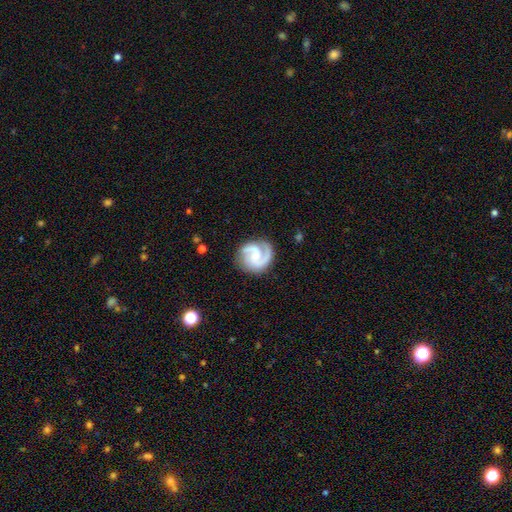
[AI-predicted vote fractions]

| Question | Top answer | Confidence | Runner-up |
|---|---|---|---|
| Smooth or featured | featured or disk | 88% | smooth (7%) |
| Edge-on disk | no | 98% | yes (2%) |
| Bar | no | 51% | weak (40%) |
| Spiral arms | yes | 98% | no (2%) |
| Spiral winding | medium | 51% | tight (36%) |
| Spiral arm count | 2 | 85% | 1 (6%) |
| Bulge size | small | 54% | moderate (26%) |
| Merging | none | 79% | minor disturbance (14%) |